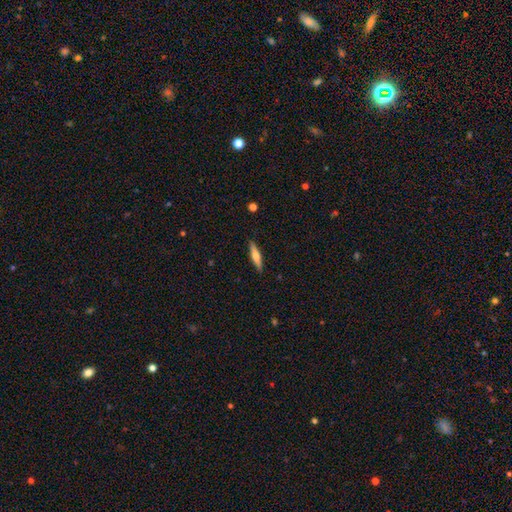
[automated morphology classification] A featured or disk galaxy (48%).

Vote fractions:
- Smooth or featured? featured or disk: 48% / smooth: 46% / star or artifact: 6%
- Merging? none: 90% / minor disturbance: 7% / major disturbance: 2% / merger: 1%